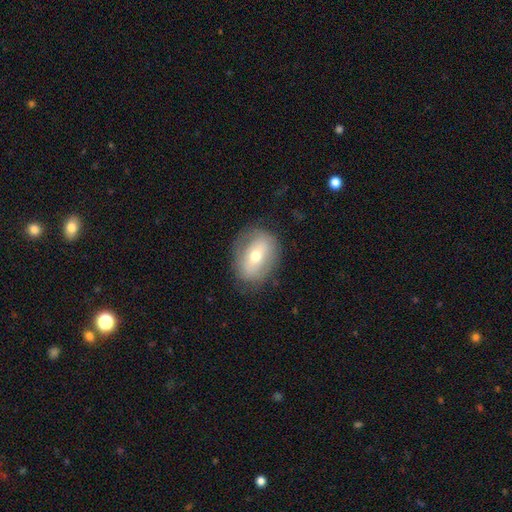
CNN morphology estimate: Smooth or featured: smooth — 53% (featured or disk — 38%)
How rounded: in between — 65% (round — 34%)
Merging: none — 76% (minor disturbance — 17%)